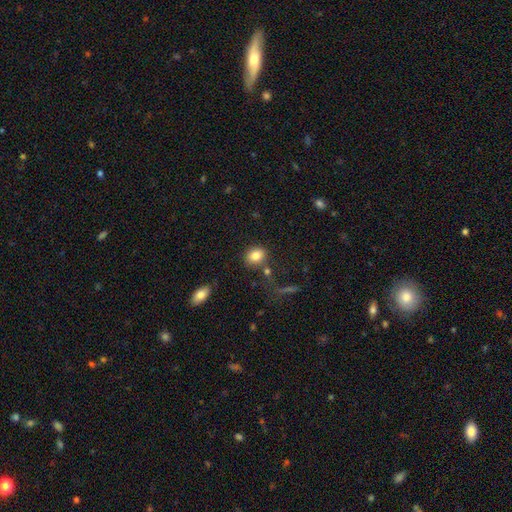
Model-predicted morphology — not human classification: A smooth galaxy with no disk features (82%) that is round (54%).

Vote fractions:
- Smooth or featured? smooth: 82% / star or artifact: 10% / featured or disk: 8%
- How rounded? round: 54% / in between: 45% / cigar-shaped: 1%
- Merging? none: 76% / minor disturbance: 12% / merger: 8% / major disturbance: 4%